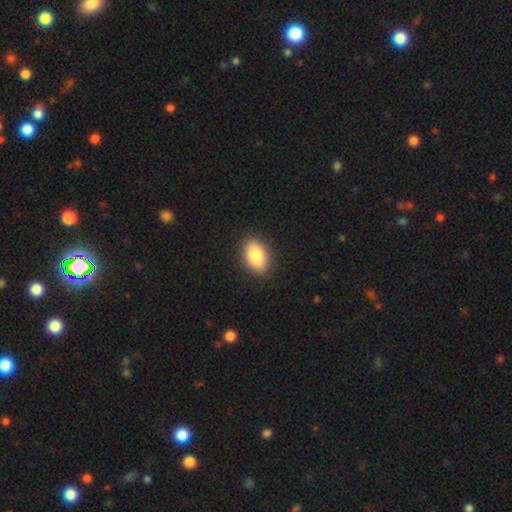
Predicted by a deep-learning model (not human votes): Smooth or featured: smooth — 86% (featured or disk — 7%)
How rounded: in between — 89% (round — 9%)
Merging: none — 89% (minor disturbance — 8%)